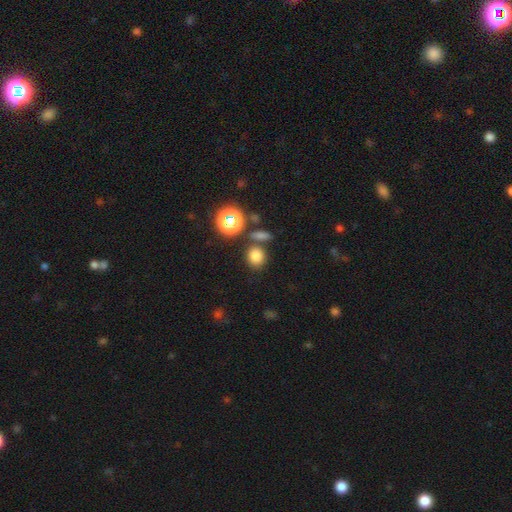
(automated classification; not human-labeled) The model was most divided on "how rounded": round: 74%, in between: 25%, cigar-shaped: 1%. More confident: smooth or featured — smooth (77%); merging — none (72%).